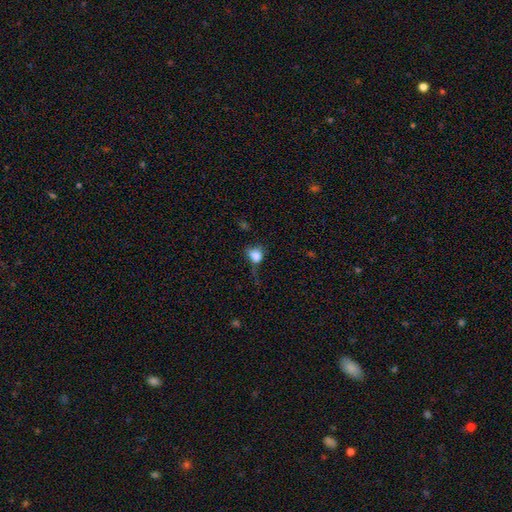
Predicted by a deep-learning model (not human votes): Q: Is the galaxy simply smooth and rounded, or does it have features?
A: smooth — 76%.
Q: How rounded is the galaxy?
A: round — 51%.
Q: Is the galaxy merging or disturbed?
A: major disturbance — 37%.